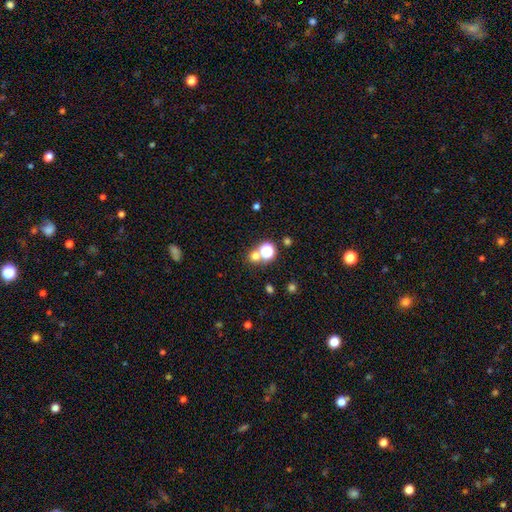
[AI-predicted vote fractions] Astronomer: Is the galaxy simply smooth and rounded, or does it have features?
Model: smooth — 62%.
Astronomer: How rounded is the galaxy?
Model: round — 86%.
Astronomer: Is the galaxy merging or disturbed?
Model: none — 63%.